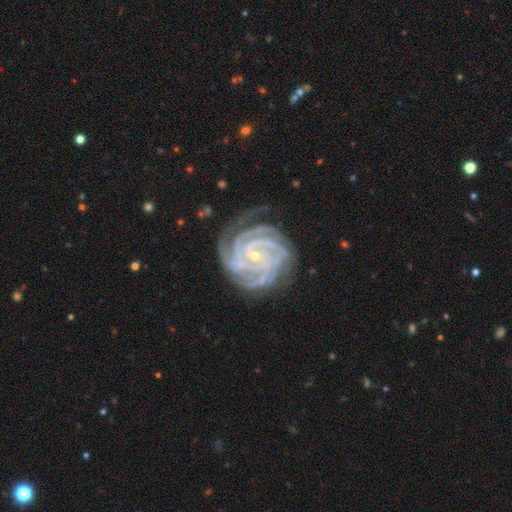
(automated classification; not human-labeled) Smooth or featured?
  - featured or disk: 92% *
  - star or artifact: 5%
  - smooth: 3%
Edge-on disk?
  - no: 98% *
  - yes: 2%
Bar?
  - no: 56% *
  - weak: 28%
  - strong: 17%
Spiral arms?
  - yes: 99% *
  - no: 1%
Spiral winding?
  - tight: 84% *
  - medium: 14%
  - loose: 2%
Spiral arm count?
  - 4: 37% *
  - more than 4: 20%
  - 3: 17%
  - can't tell: 11%
  - 2: 8%
  - 1: 7%
Bulge size?
  - small: 80% *
  - moderate: 16%
  - none: 1%
  - large: 1%
  - dominant: 1%
Merging?
  - none: 75% *
  - minor disturbance: 18%
  - major disturbance: 6%
  - merger: 1%